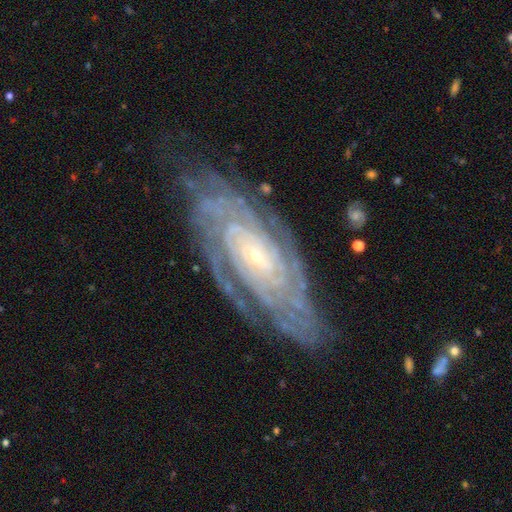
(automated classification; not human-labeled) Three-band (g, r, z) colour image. It shows a featured or disk galaxy (89%) with no bar (64%), tight (82%) spiral arms (98%) and a small central bulge (81%). Merging: none (75%).